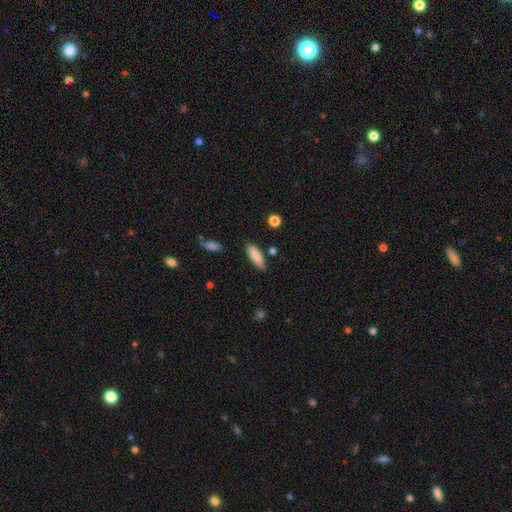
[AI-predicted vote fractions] This appears to be a smooth galaxy with no disk features (86%) that is in between round and cigar-shaped (56%). Merging: none (82%).